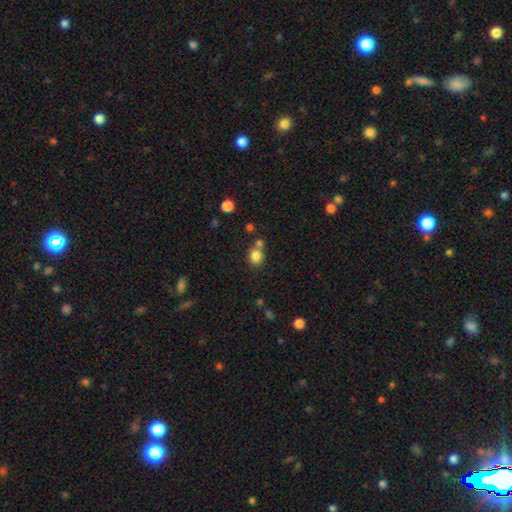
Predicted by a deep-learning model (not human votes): smooth 83%, star or artifact 11%, featured or disk 6%. Down the decision tree: how rounded — round (67%); merging — none (57%).